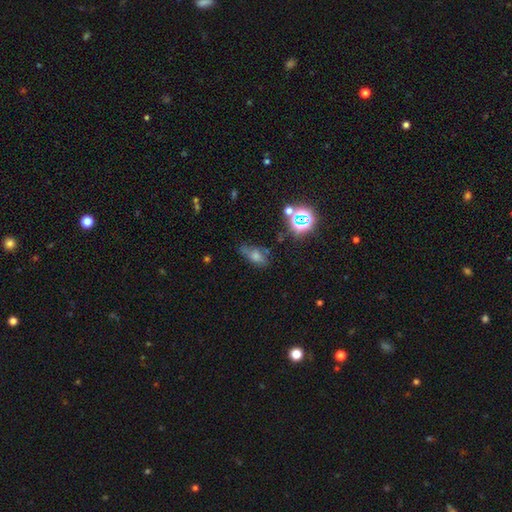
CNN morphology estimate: Smooth or featured? Predicted: smooth (p=0.56). How rounded? Predicted: in between (p=0.77). Merging? Predicted: none (p=0.51).